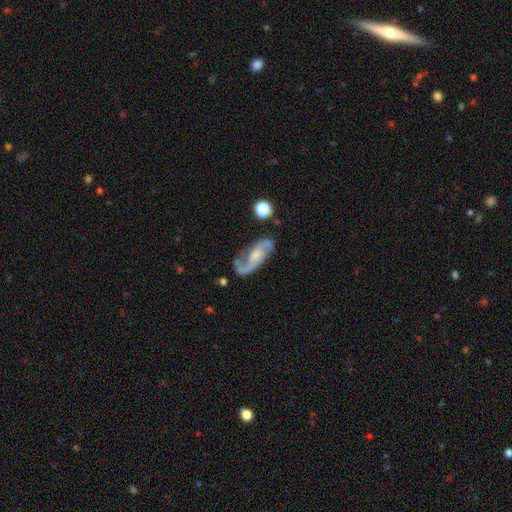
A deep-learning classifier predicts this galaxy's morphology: featured or disk 85%, smooth 9%, star or artifact 6%. Down the decision tree: edge-on disk — no (94%); bar — no (50%); spiral arms — yes (96%); spiral arm count — 2 (89%); spiral winding — medium (44%); bulge size — small (39%); merging — none (69%).